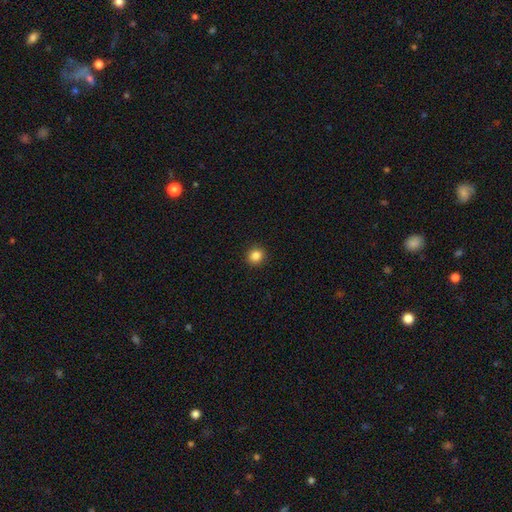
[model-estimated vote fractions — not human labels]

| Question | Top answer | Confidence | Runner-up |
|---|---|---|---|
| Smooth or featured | smooth | 85% | star or artifact (11%) |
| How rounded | round | 88% | in between (11%) |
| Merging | none | 92% | minor disturbance (5%) |